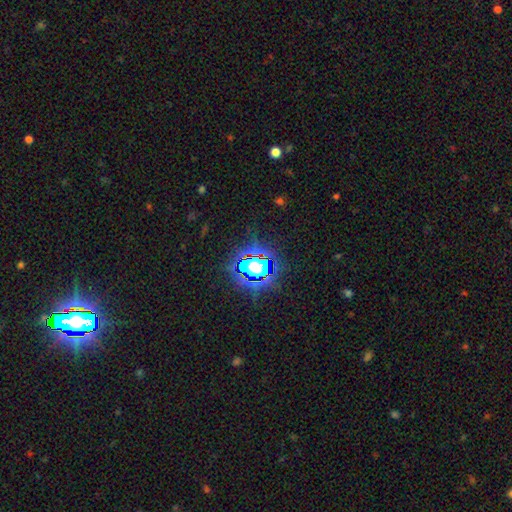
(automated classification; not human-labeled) The model was most divided on "smooth or featured": star or artifact: 81%, smooth: 12%, featured or disk: 8%.